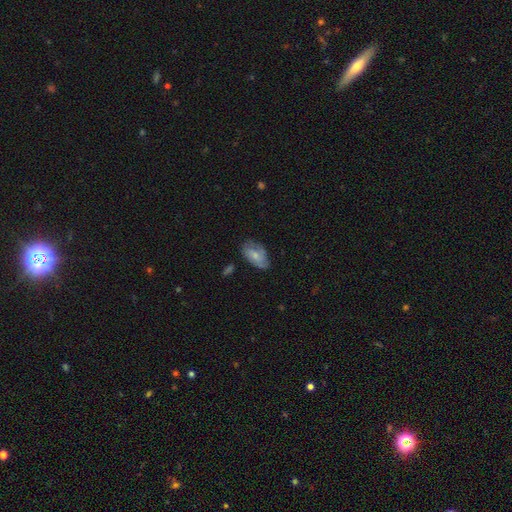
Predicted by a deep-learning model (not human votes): Smooth or featured? Predicted: smooth (p=0.54). How rounded? Predicted: in between (p=0.91). Merging? Predicted: none (p=0.57).